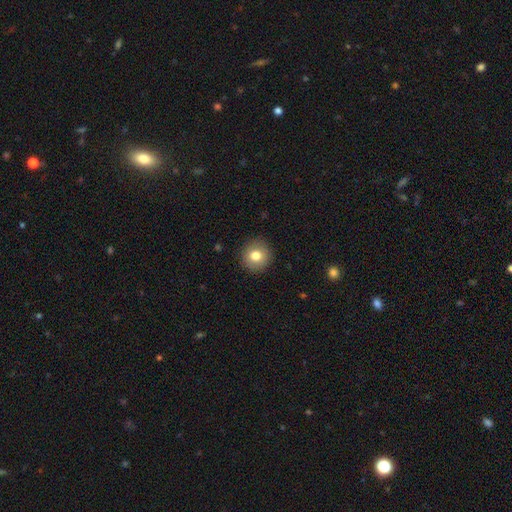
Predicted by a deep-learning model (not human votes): Smooth or featured? Predicted: smooth (p=0.79). How rounded? Predicted: round (p=0.93). Merging? Predicted: none (p=0.91).